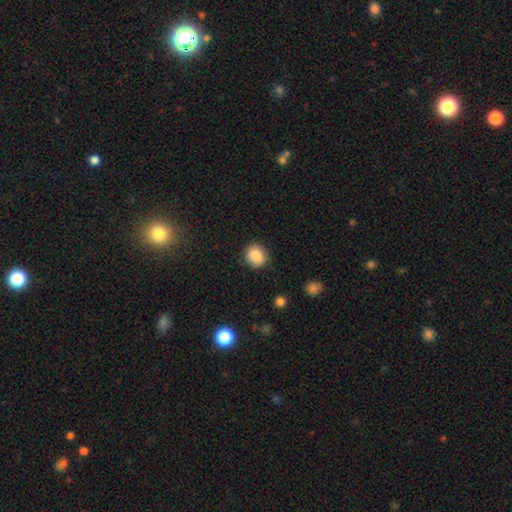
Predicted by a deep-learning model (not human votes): Smooth or featured? Predicted: smooth (p=0.87). How rounded? Predicted: round (p=0.69). Merging? Predicted: none (p=0.85).